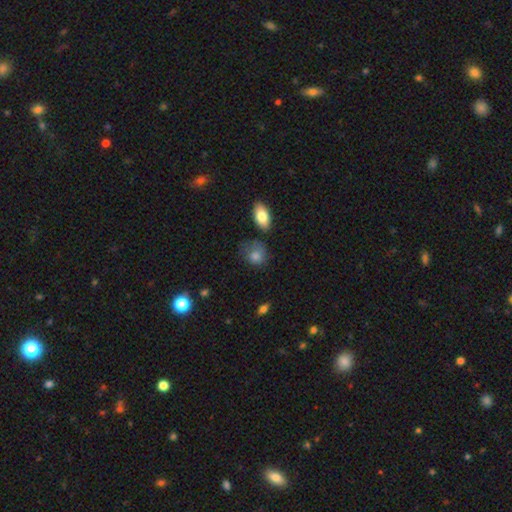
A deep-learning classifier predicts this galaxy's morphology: The model was most divided on "how rounded": round: 56%, in between: 42%, cigar-shaped: 2%. Remaining: smooth or featured — smooth (81%); merging — none (48%).